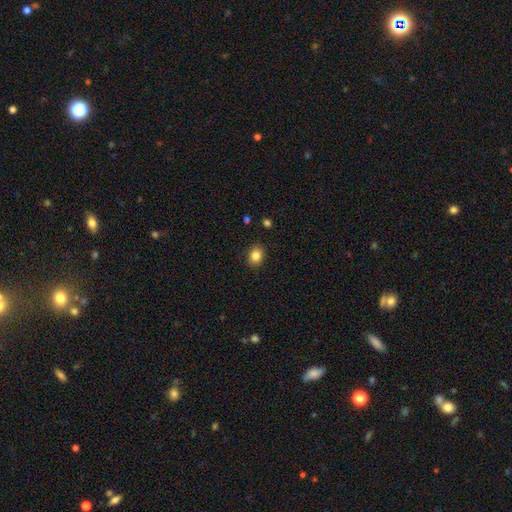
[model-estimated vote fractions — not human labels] smooth-or-featured: smooth: 85% | star or artifact: 10% | featured or disk: 5%
  how-rounded: round: 53% | in between: 46% | cigar-shaped: 1%
  merging: none: 89% | minor disturbance: 8% | major disturbance: 2% | merger: 1%